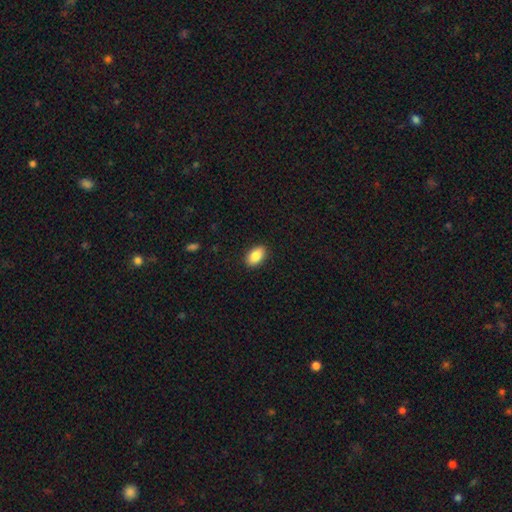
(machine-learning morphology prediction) Smooth or featured?
  - smooth: 87% *
  - star or artifact: 7%
  - featured or disk: 5%
How rounded?
  - in between: 91% *
  - round: 7%
  - cigar-shaped: 2%
Merging?
  - none: 89% *
  - minor disturbance: 8%
  - major disturbance: 2%
  - merger: 1%